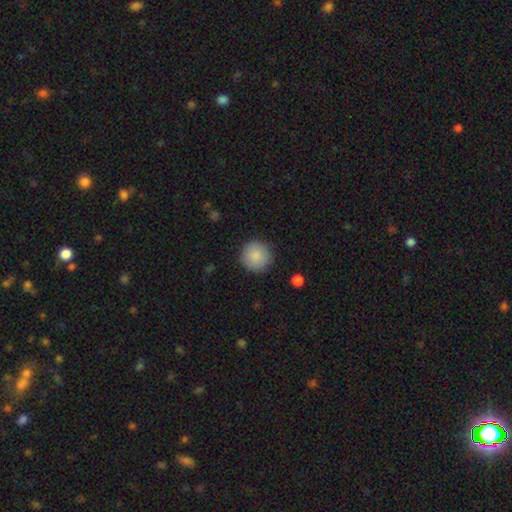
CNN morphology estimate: Smooth or featured? smooth (88%)
How rounded? round (95%)
Merging? none (90%)